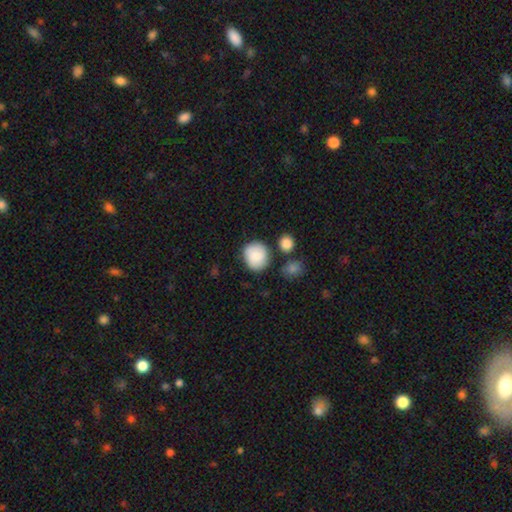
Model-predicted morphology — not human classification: The model was most divided on "merging": none: 74%, minor disturbance: 15%, merger: 8%, major disturbance: 4%. More confident: how rounded — round (82%); smooth or featured — smooth (81%).